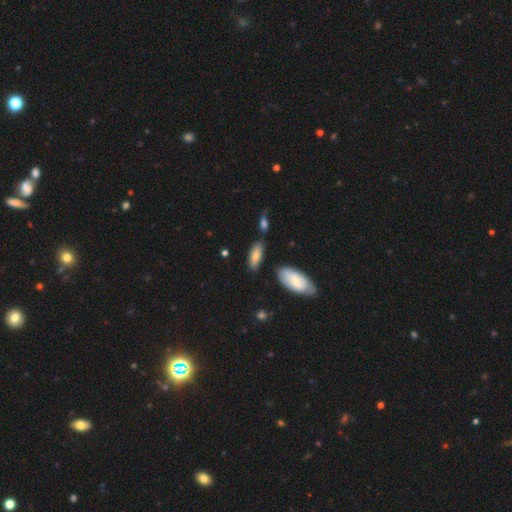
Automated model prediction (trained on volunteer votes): Morphology: type=smooth (74%); roundness=in between (75%); merging=none (71%).